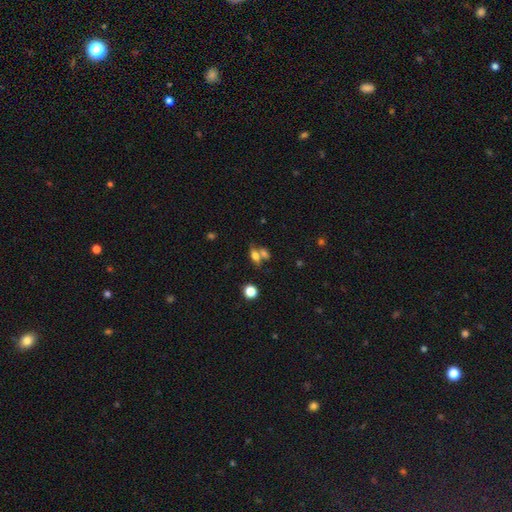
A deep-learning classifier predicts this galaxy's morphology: Smooth or featured? Predicted: smooth (p=0.64). How rounded? Predicted: in between (p=0.71). Merging? Predicted: merger (p=0.43).